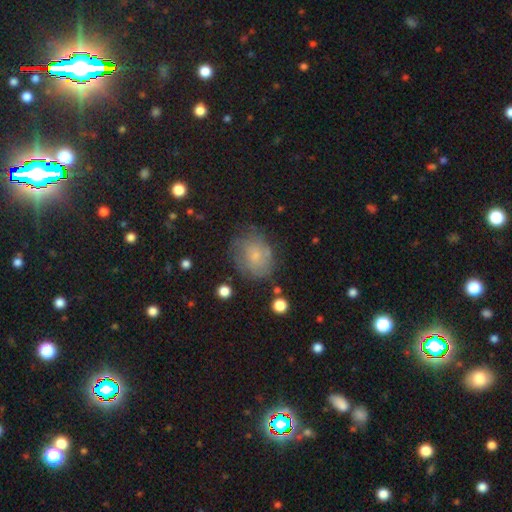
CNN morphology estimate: smooth-or-featured: smooth: 59% | featured or disk: 30% | star or artifact: 11%
  how-rounded: round: 55% | in between: 44% | cigar-shaped: 1%
  merging: none: 63% | minor disturbance: 24% | major disturbance: 10% | merger: 3%